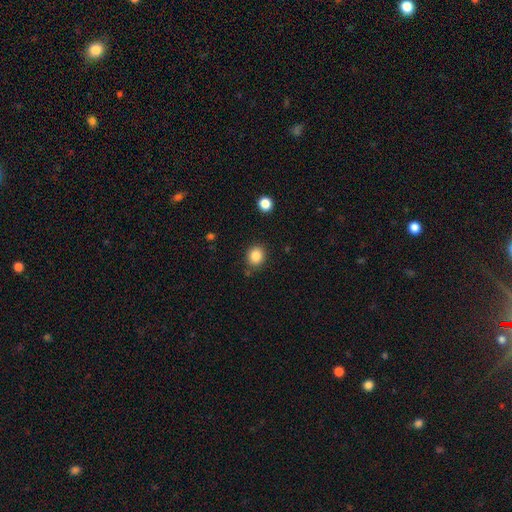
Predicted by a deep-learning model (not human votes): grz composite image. It shows a smooth galaxy with no disk features (86%) that is round (78%). Merging: none (85%).